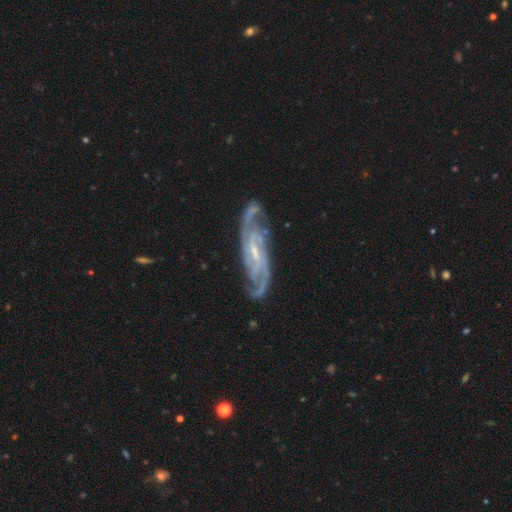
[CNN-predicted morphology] A featured or disk galaxy (90%) with no bar (46%), 2 (51%) medium (46%) spiral arms (98%) and a small central bulge (73%). Merging: none (78%).